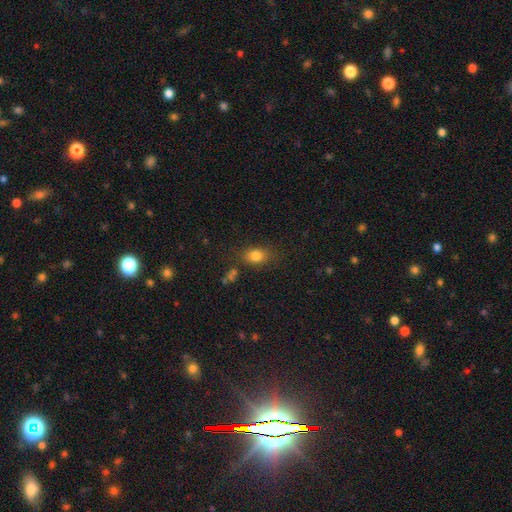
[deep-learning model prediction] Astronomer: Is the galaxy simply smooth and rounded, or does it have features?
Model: smooth — 80%.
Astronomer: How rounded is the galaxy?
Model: in between — 66%.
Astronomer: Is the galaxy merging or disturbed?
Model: none — 73%.